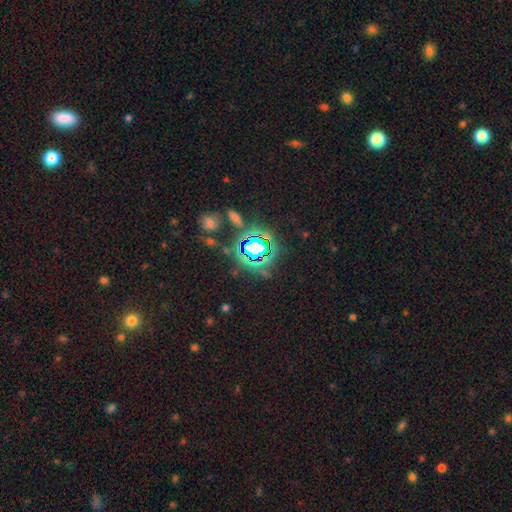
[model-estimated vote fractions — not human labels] A star or artifact, not a galaxy (79%).

Vote fractions:
- Smooth or featured? star or artifact: 79% / smooth: 12% / featured or disk: 9%